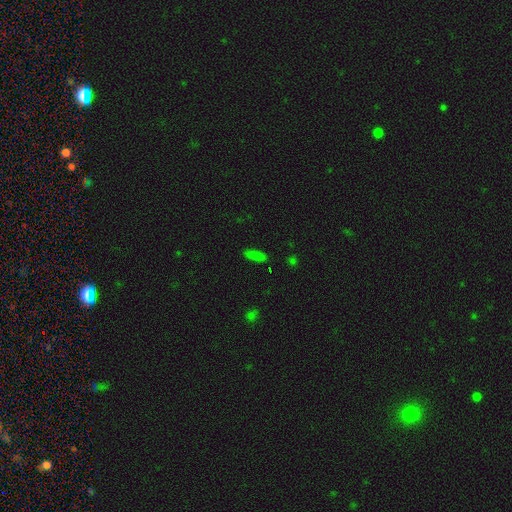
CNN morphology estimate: A smooth galaxy with no disk features (81%) that is in between round and cigar-shaped (55%).

Vote fractions:
- Smooth or featured? smooth: 81% / star or artifact: 13% / featured or disk: 6%
- How rounded? in between: 55% / cigar-shaped: 42% / round: 3%
- Merging? none: 86% / minor disturbance: 10% / major disturbance: 2% / merger: 2%